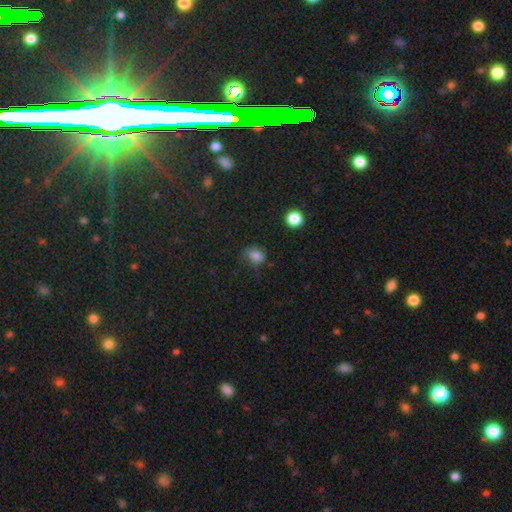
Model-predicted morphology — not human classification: Smooth or featured: smooth — 77% (star or artifact — 14%)
How rounded: round — 53% (in between — 46%)
Merging: none — 59% (minor disturbance — 28%)